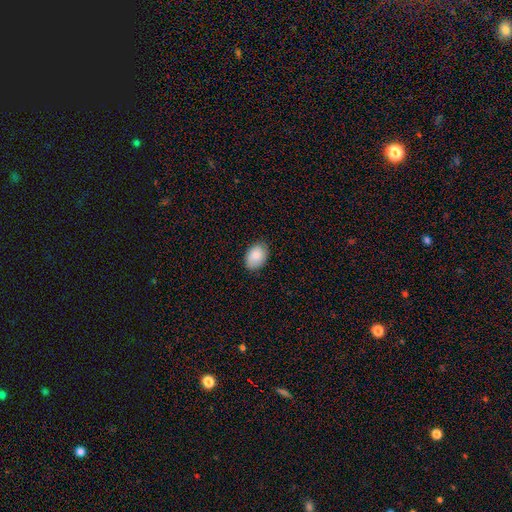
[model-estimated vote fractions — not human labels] This appears to be a smooth galaxy with no disk features (88%) that is in between round and cigar-shaped (82%). Merging: none (84%).